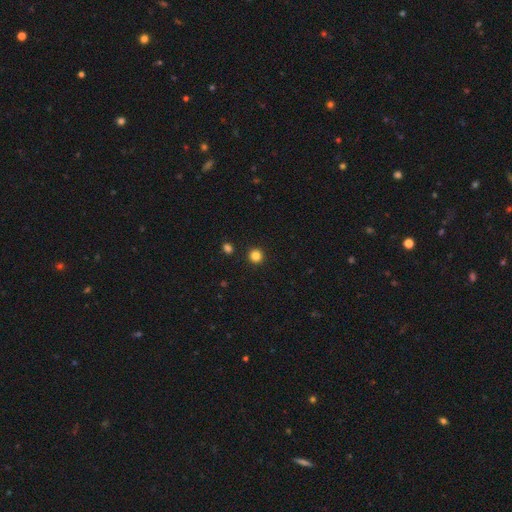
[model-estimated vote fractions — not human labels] Smooth or featured? Predicted: smooth (p=0.84). How rounded? Predicted: round (p=0.95). Merging? Predicted: none (p=0.93).